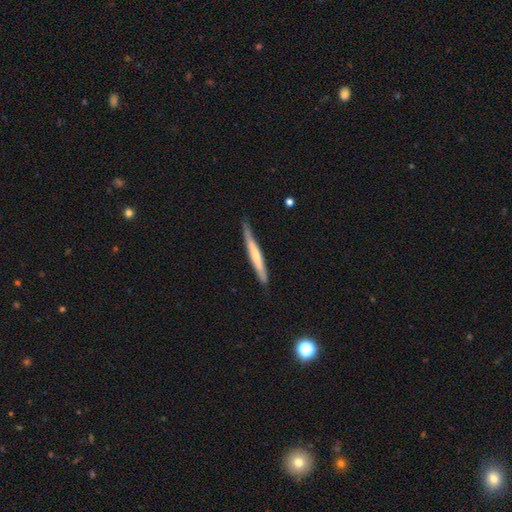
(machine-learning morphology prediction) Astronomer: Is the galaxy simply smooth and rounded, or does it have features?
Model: smooth — 51% (runner-up: featured or disk, 45%).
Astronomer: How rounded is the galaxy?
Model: cigar-shaped — 96%.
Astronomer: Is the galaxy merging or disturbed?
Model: none — 80%.